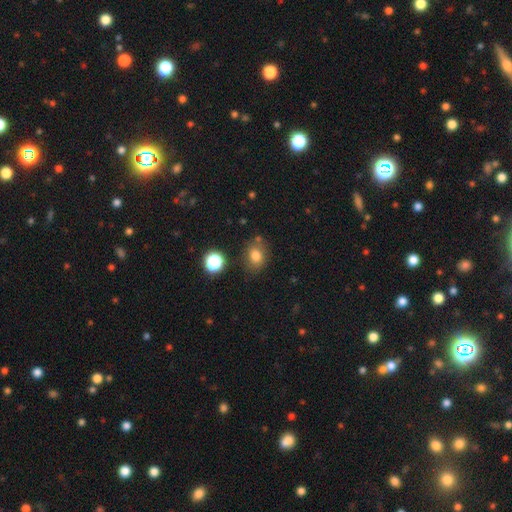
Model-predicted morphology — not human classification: Q: Smooth or featured?
A: smooth (79%); runner-up: star or artifact (14%)
Q: How rounded?
A: round (50%); runner-up: in between (49%)
Q: Merging?
A: none (75%); runner-up: minor disturbance (15%)